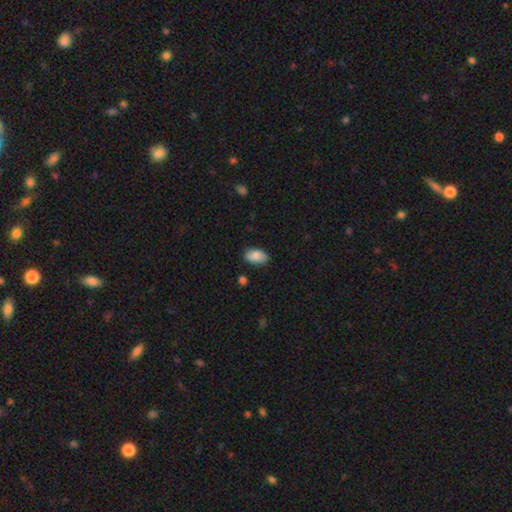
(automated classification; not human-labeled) A smooth galaxy with no disk features (78%) that is in between round and cigar-shaped (93%). Merging: none (80%).